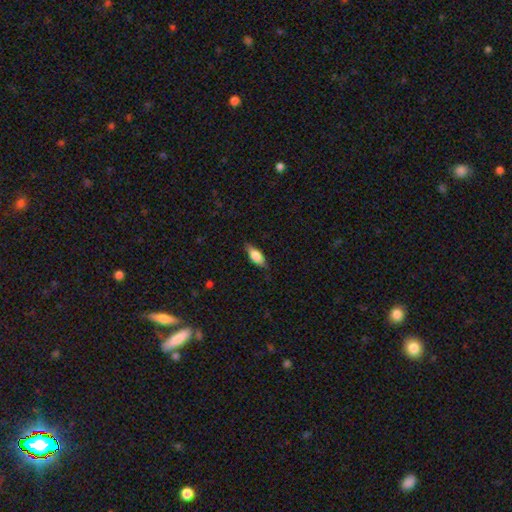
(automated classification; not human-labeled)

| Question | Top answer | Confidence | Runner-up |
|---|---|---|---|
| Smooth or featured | smooth | 67% | featured or disk (27%) |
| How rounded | in between | 72% | cigar-shaped (25%) |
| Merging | none | 83% | minor disturbance (14%) |